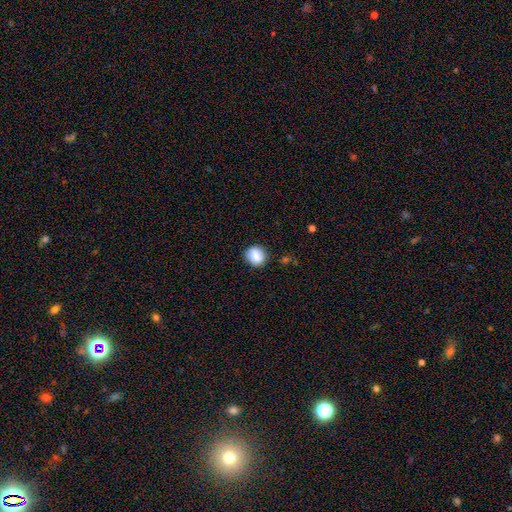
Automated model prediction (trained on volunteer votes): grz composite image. It shows a smooth galaxy with no disk features (83%) that is round (71%). Merging: none (82%).